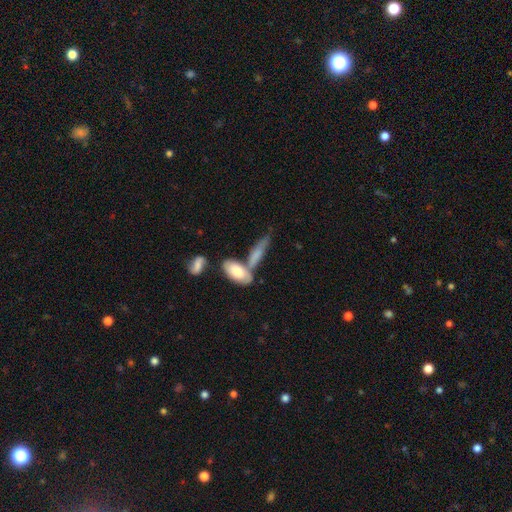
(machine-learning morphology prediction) Smooth or featured?
  - smooth: 67% *
  - featured or disk: 26%
  - star or artifact: 7%
How rounded?
  - in between: 54% *
  - cigar-shaped: 43%
  - round: 3%
Merging?
  - none: 41% *
  - merger: 35%
  - minor disturbance: 17%
  - major disturbance: 7%